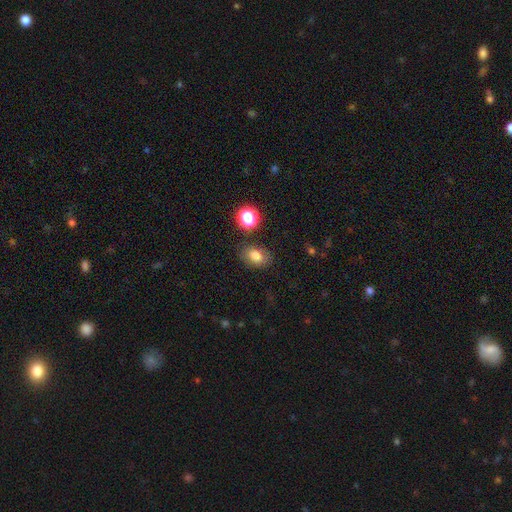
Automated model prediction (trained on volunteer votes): smooth-or-featured: smooth: 77% | star or artifact: 13% | featured or disk: 10%
  how-rounded: in between: 76% | round: 22% | cigar-shaped: 1%
  merging: none: 77% | minor disturbance: 14% | merger: 4% | major disturbance: 4%